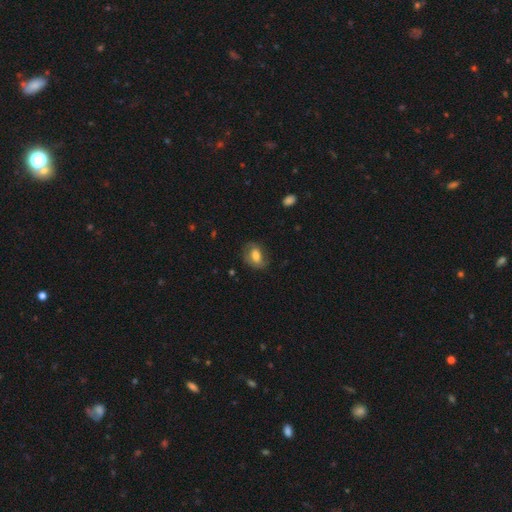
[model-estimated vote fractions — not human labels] Morphology: type=smooth (62%); roundness=in between (79%); merging=none (66%).